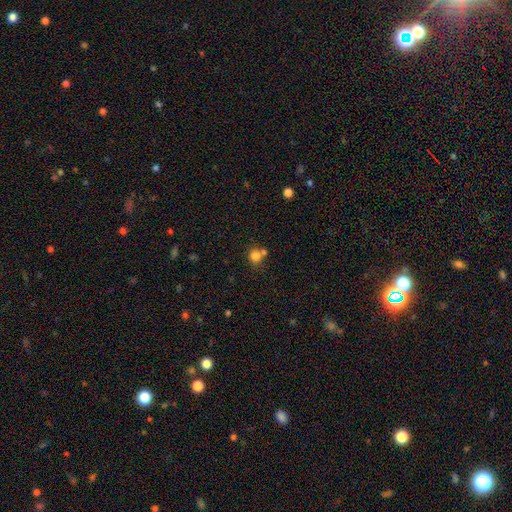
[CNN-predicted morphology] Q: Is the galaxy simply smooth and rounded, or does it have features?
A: smooth — 80%.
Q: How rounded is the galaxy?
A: round — 77%.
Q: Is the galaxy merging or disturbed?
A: none — 54%.